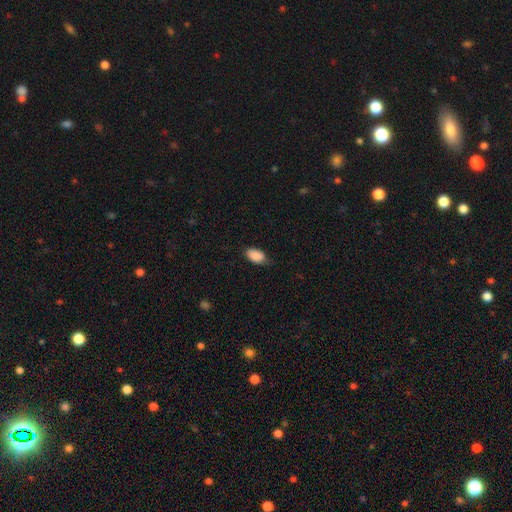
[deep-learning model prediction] Smooth or featured? Predicted: smooth (p=0.89). How rounded? Predicted: in between (p=0.93). Merging? Predicted: none (p=0.70).